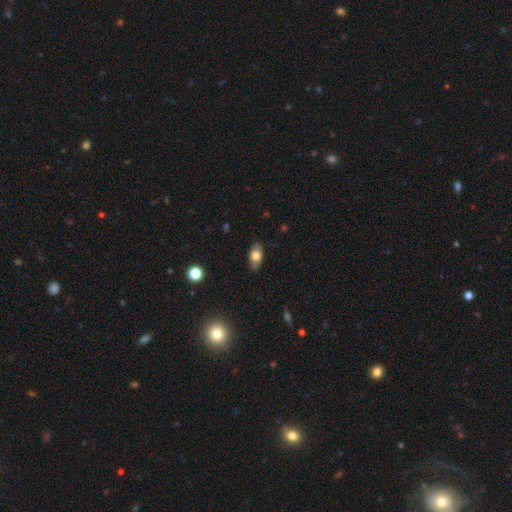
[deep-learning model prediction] The model was most divided on "smooth or featured": smooth: 75%, featured or disk: 17%, star or artifact: 8%. More confident: how rounded — in between (88%); merging — none (83%).